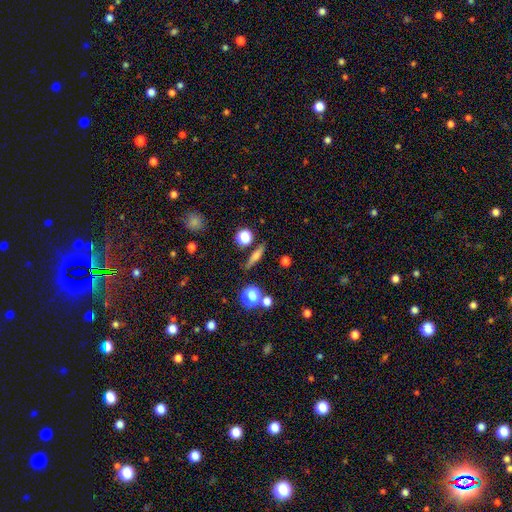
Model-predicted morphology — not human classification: The model was most divided on "smooth or featured": smooth: 60%, featured or disk: 28%, star or artifact: 12%. More confident: merging — none (83%); how rounded — cigar-shaped (69%).